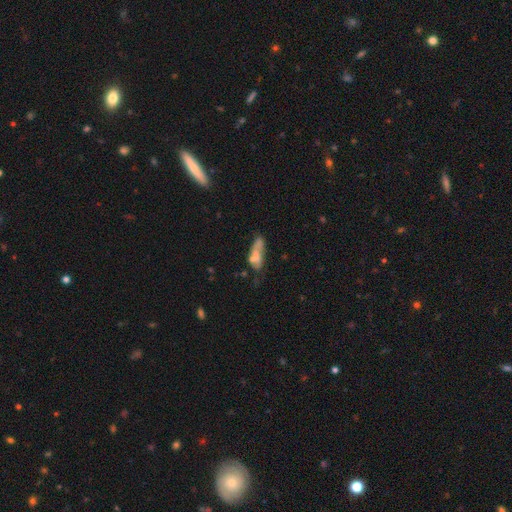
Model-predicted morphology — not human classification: smooth_or_featured: smooth (p=0.56) [alt: featured or disk p=0.34]
how_rounded: in between (p=0.66) [alt: cigar-shaped p=0.31]
merging: none (p=0.31) [alt: merger p=0.25]